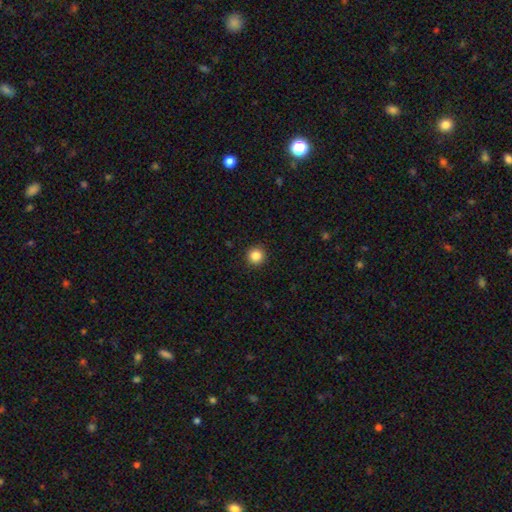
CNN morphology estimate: Smooth or featured: smooth — 86% (star or artifact — 10%)
How rounded: round — 95% (in between — 4%)
Merging: none — 93% (minor disturbance — 5%)